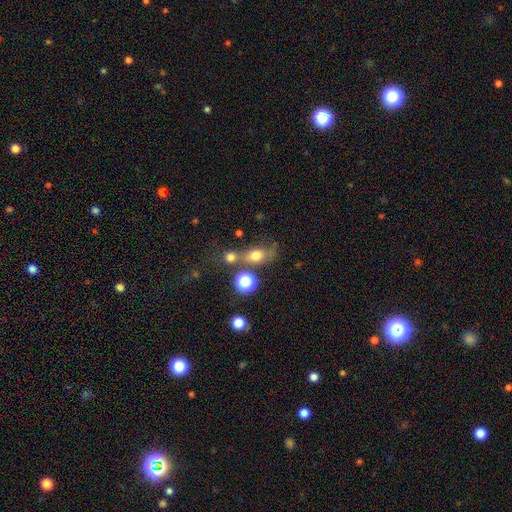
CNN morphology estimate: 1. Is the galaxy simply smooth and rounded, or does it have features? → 71% smooth, 16% star or artifact, 13% featured or disk.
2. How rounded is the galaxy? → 58% in between, 39% round, 4% cigar-shaped.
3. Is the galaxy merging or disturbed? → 50% none, 25% merger, 16% minor disturbance, 9% major disturbance.